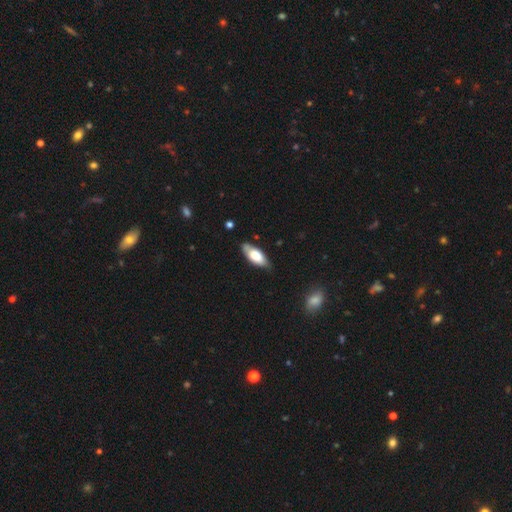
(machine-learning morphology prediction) The model was most divided on "smooth or featured": smooth: 67%, featured or disk: 27%, star or artifact: 6%. More confident: how rounded — in between (80%); merging — none (74%).